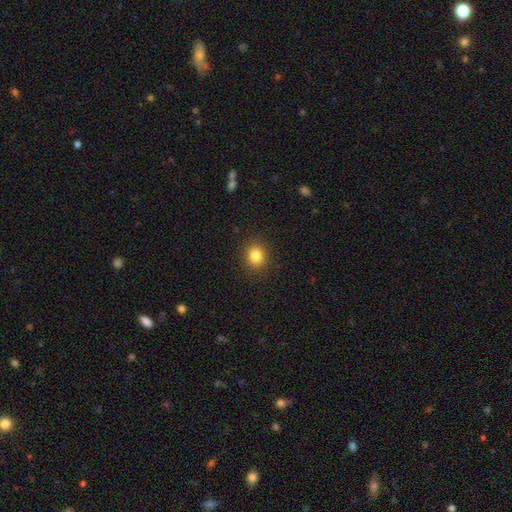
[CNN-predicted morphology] Smooth or featured: smooth — 84% (star or artifact — 11%)
How rounded: round — 75% (in between — 24%)
Merging: none — 90% (minor disturbance — 7%)